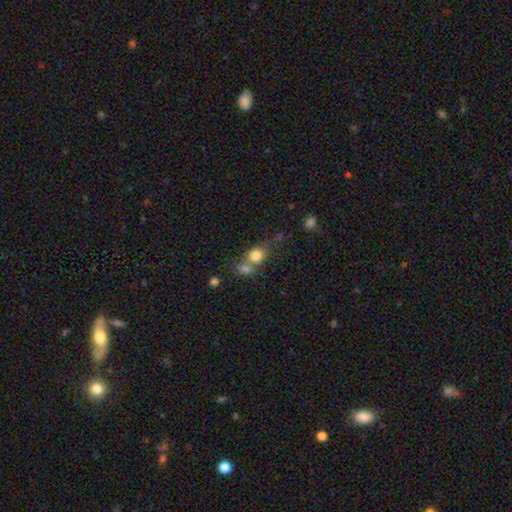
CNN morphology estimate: This is likely a smooth galaxy (79%). How rounded: likely round (64%). Merging: possibly merger (50%).